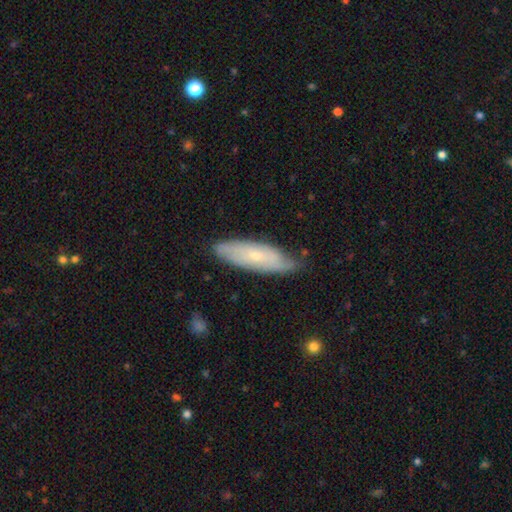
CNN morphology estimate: This appears to be a smooth galaxy with no disk features (48%). Merging: none (72%).